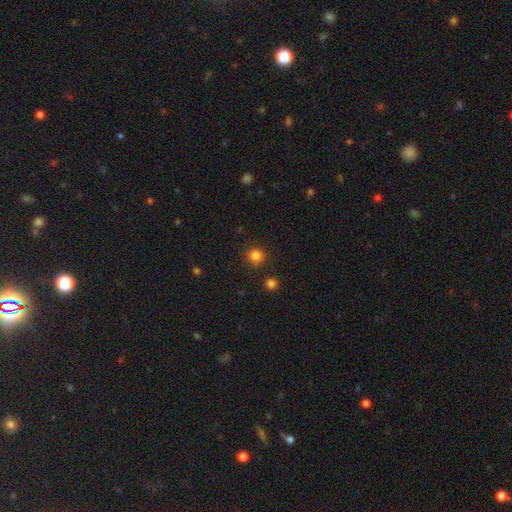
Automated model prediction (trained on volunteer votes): A smooth galaxy with no disk features (83%) that is round (92%).

Vote fractions:
- Smooth or featured? smooth: 83% / star or artifact: 13% / featured or disk: 4%
- How rounded? round: 92% / in between: 7% / cigar-shaped: 1%
- Merging? none: 87% / minor disturbance: 7% / merger: 3% / major disturbance: 2%